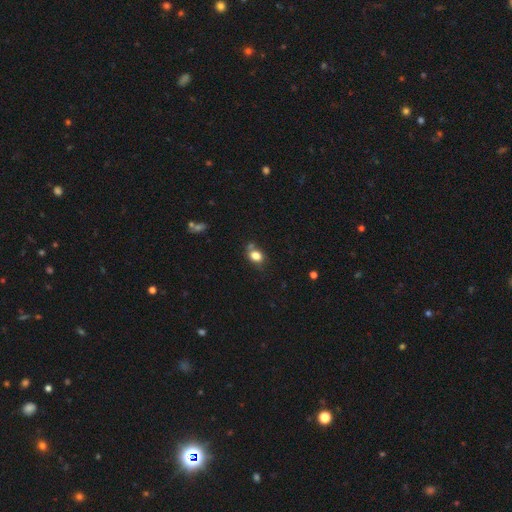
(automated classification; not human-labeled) This is clearly a smooth galaxy (81%). How rounded: possibly in between (58%). Merging: possibly none (58%).